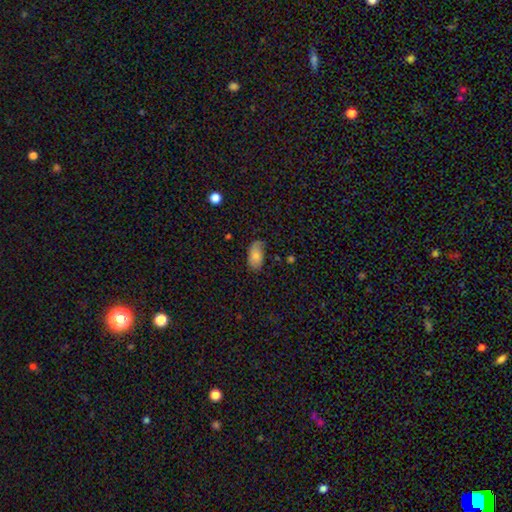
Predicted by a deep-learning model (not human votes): This appears to be a smooth galaxy with no disk features (79%) that is in between round and cigar-shaped (94%). Merging: none (66%).